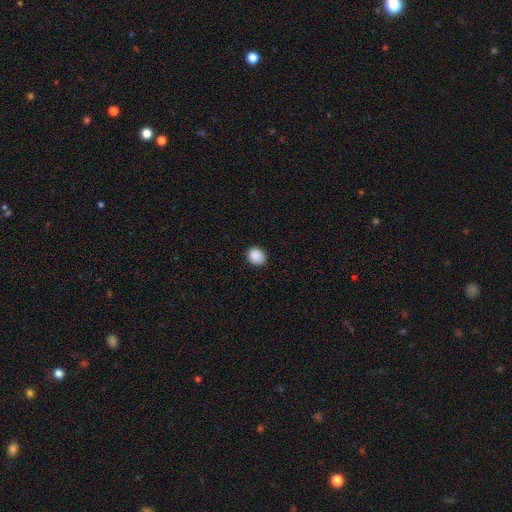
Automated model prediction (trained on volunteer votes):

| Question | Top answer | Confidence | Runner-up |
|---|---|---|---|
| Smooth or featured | smooth | 89% | star or artifact (9%) |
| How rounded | round | 72% | in between (27%) |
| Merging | none | 89% | minor disturbance (8%) |